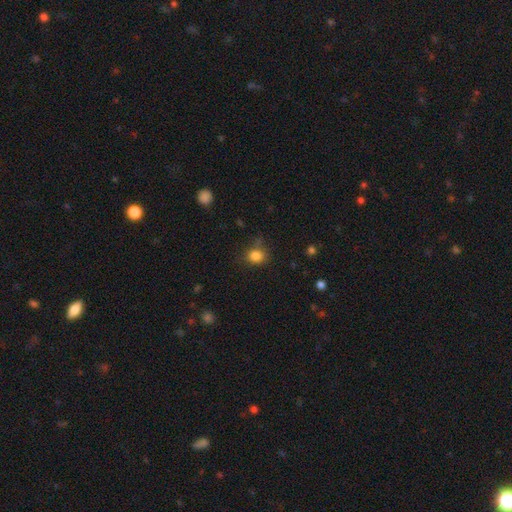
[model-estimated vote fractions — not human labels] Smooth or featured? Predicted: smooth (p=0.83). How rounded? Predicted: round (p=0.69). Merging? Predicted: none (p=0.73).